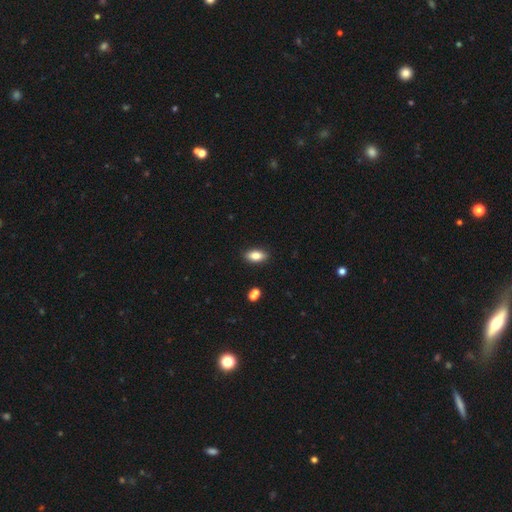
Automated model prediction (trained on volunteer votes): smooth-or-featured: smooth: 82% | featured or disk: 10% | star or artifact: 8%
  how-rounded: in between: 88% | cigar-shaped: 8% | round: 4%
  merging: none: 88% | minor disturbance: 8% | major disturbance: 2% | merger: 2%